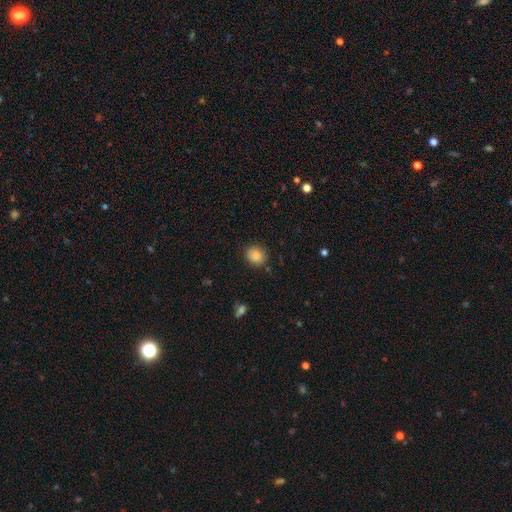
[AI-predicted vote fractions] Q: Smooth or featured?
A: smooth (86%); runner-up: star or artifact (9%)
Q: How rounded?
A: round (70%); runner-up: in between (29%)
Q: Merging?
A: none (85%); runner-up: minor disturbance (11%)